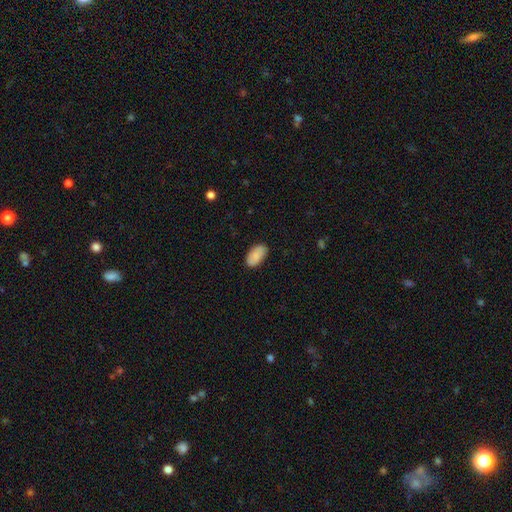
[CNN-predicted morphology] Overall: smooth (82%). How rounded: in between (94%). Merging: none (80%).